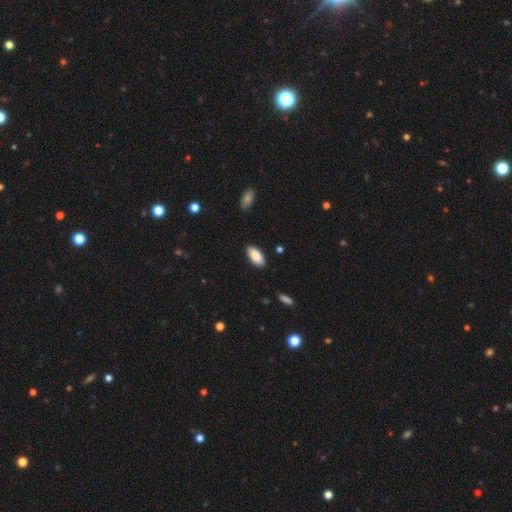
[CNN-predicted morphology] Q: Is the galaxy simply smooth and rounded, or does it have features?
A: smooth — 88%.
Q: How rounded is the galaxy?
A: in between — 92%.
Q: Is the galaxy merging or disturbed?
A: none — 88%.